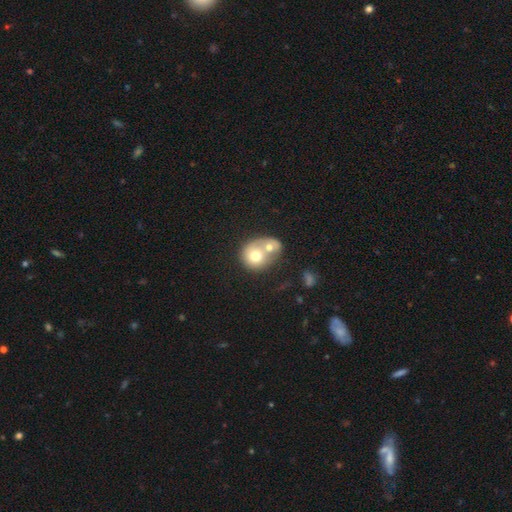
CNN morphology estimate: Q: Smooth or featured?
A: smooth (65%); runner-up: featured or disk (27%)
Q: How rounded?
A: round (70%); runner-up: in between (29%)
Q: Merging?
A: merger (73%); runner-up: none (16%)